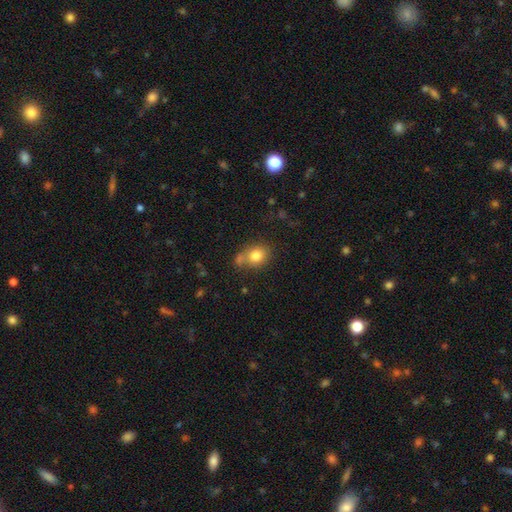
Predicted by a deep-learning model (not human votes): This appears to be a smooth galaxy with no disk features (80%) that is round (55%). Merging: none (55%).